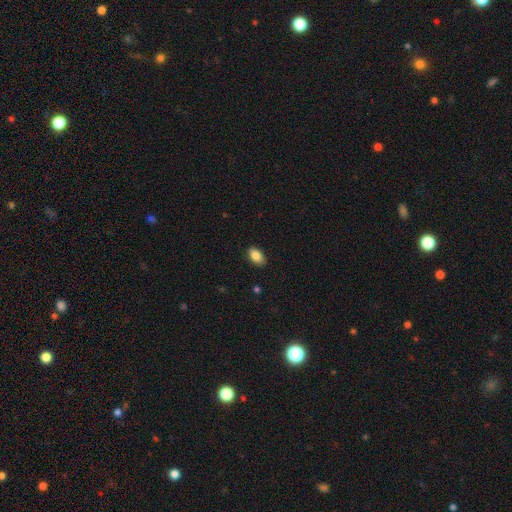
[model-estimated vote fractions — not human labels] smooth-or-featured: smooth: 87% | star or artifact: 7% | featured or disk: 6%
  how-rounded: in between: 91% | round: 8% | cigar-shaped: 2%
  merging: none: 87% | minor disturbance: 10% | major disturbance: 2% | merger: 1%